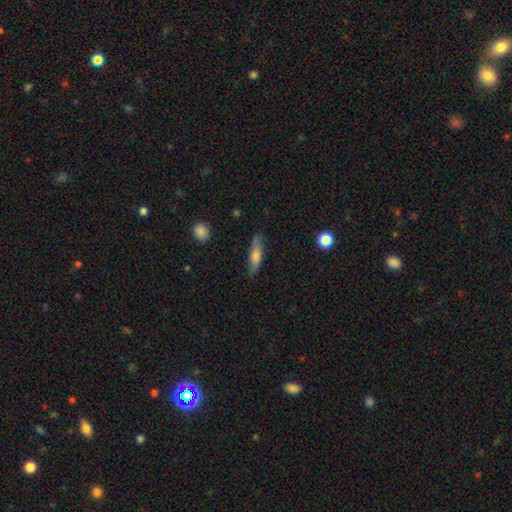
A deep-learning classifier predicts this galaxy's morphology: A smooth galaxy with no disk features (61%) that is cigar-shaped (67%). Merging: none (83%).